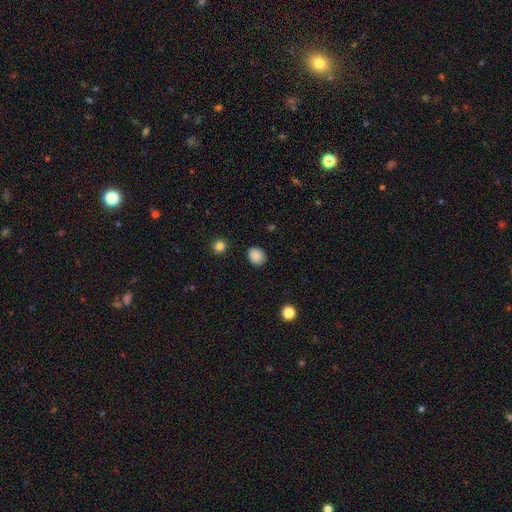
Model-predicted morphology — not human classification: Smooth or featured?
  - smooth: 87% *
  - star or artifact: 10%
  - featured or disk: 4%
How rounded?
  - round: 64% *
  - in between: 35%
  - cigar-shaped: 1%
Merging?
  - none: 86% *
  - minor disturbance: 10%
  - major disturbance: 3%
  - merger: 1%